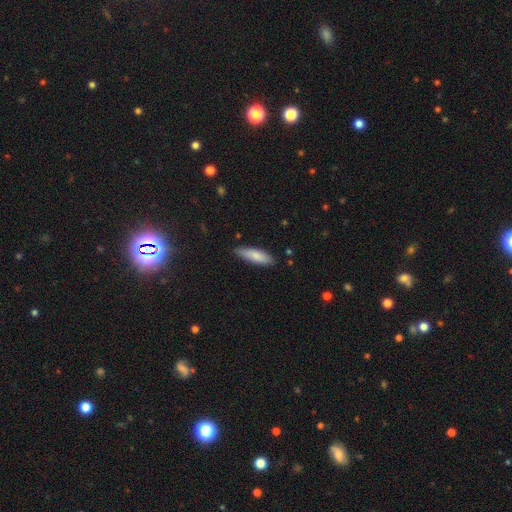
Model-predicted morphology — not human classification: Overall: smooth (81%). How rounded: cigar-shaped (56%; in between 42%). Merging: none (82%).